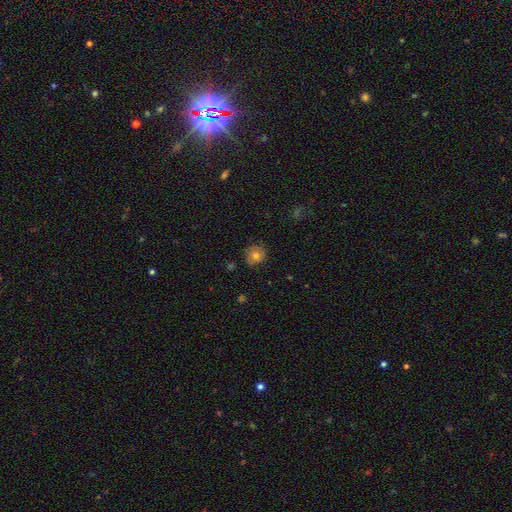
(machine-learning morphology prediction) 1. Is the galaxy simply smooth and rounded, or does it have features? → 63% smooth, 26% featured or disk, 10% star or artifact.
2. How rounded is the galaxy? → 82% round, 17% in between, 1% cigar-shaped.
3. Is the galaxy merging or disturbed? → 76% none, 18% minor disturbance, 5% major disturbance, 1% merger.